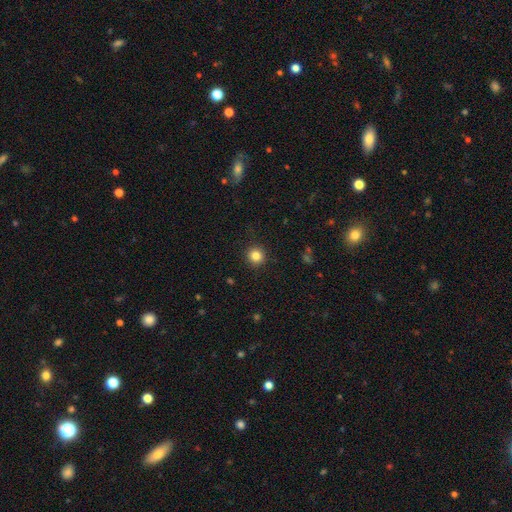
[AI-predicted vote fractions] A smooth galaxy with no disk features (83%) that is round (94%). Merging: none (92%).